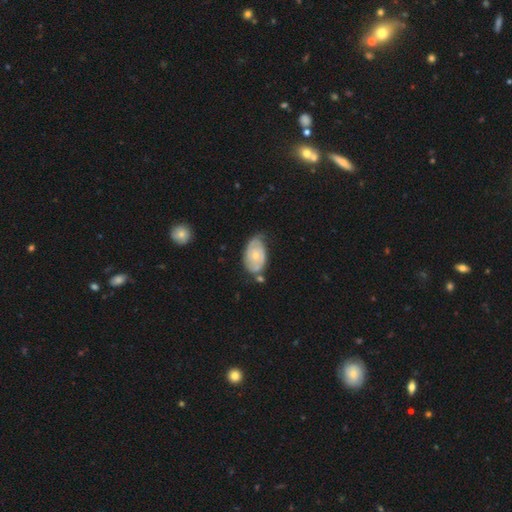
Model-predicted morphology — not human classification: Smooth or featured?
  - featured or disk: 66% *
  - smooth: 28%
  - star or artifact: 5%
Edge-on disk?
  - no: 96% *
  - yes: 4%
Bar?
  - no: 77% *
  - weak: 20%
  - strong: 3%
Spiral arms?
  - yes: 80% *
  - no: 20%
Spiral winding?
  - tight: 64% *
  - medium: 26%
  - loose: 9%
Spiral arm count?
  - 2: 48% *
  - can't tell: 33%
  - 1: 8%
  - 3: 6%
  - 4: 2%
  - more than 4: 2%
Bulge size?
  - small: 52% *
  - moderate: 44%
  - none: 2%
  - large: 2%
  - dominant: 1%
Merging?
  - none: 52% *
  - minor disturbance: 30%
  - merger: 9%
  - major disturbance: 9%